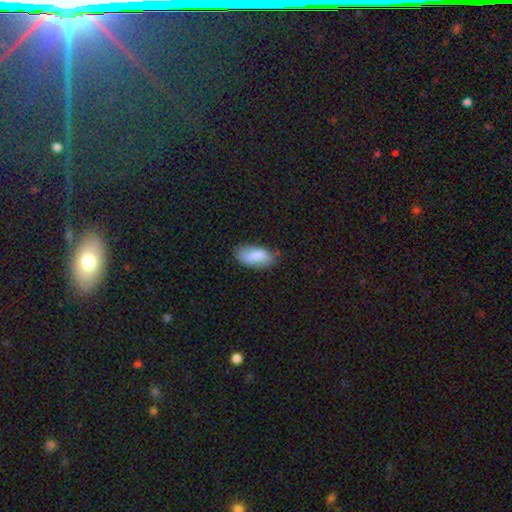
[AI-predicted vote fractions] smooth_or_featured: smooth (p=0.84) [alt: featured or disk p=0.09]
how_rounded: in between (p=0.91) [alt: cigar-shaped p=0.06]
merging: none (p=0.68) [alt: minor disturbance p=0.25]